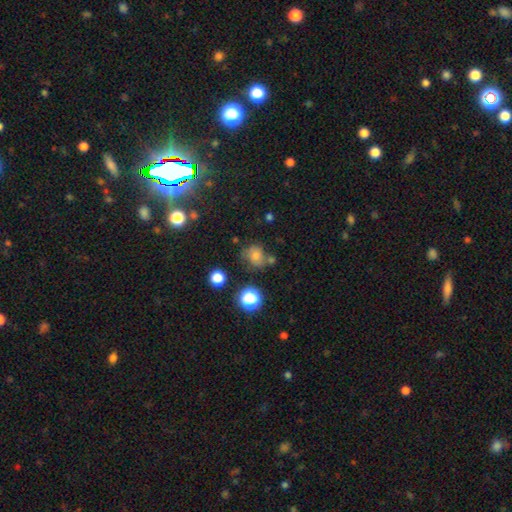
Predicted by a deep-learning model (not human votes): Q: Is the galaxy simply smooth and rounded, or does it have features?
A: smooth — 64%.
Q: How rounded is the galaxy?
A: round — 76%.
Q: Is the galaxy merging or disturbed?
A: none — 62%.